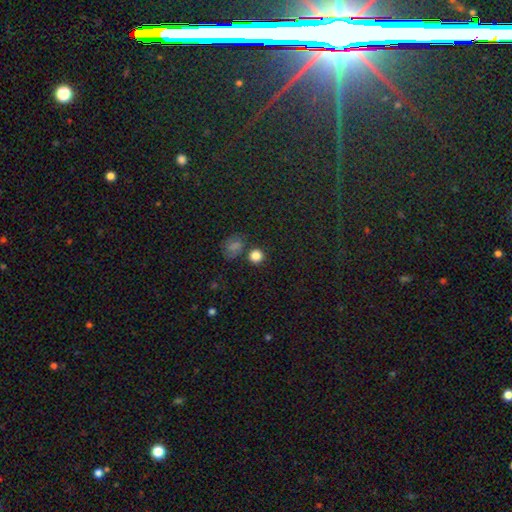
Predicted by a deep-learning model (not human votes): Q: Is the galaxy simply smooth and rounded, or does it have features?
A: smooth — 82%.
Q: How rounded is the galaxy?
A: round — 91%.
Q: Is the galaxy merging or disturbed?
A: none — 79%.